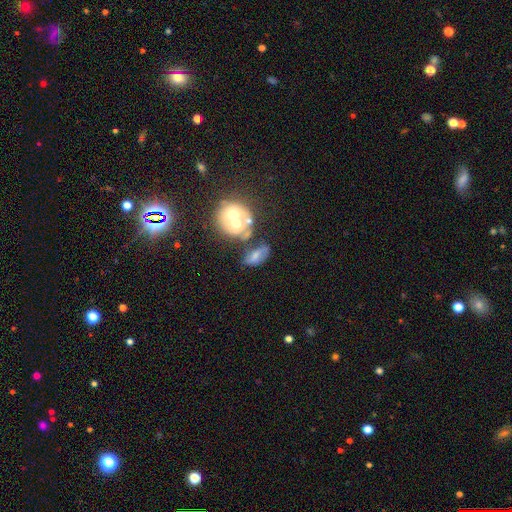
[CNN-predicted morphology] Smooth or featured? Predicted: smooth (p=0.46). Merging? Predicted: none (p=0.36).